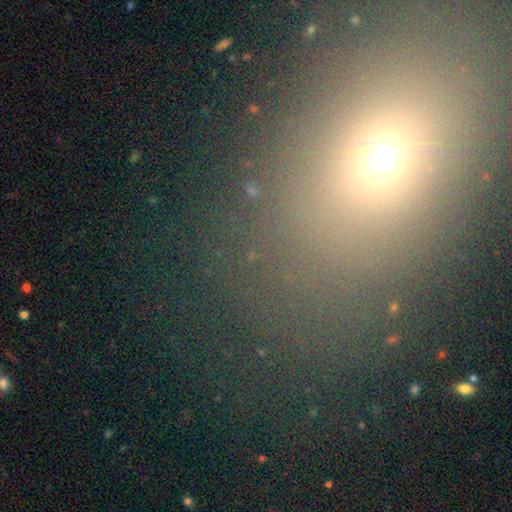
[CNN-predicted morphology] type=smooth (50%); merging=none (73%).